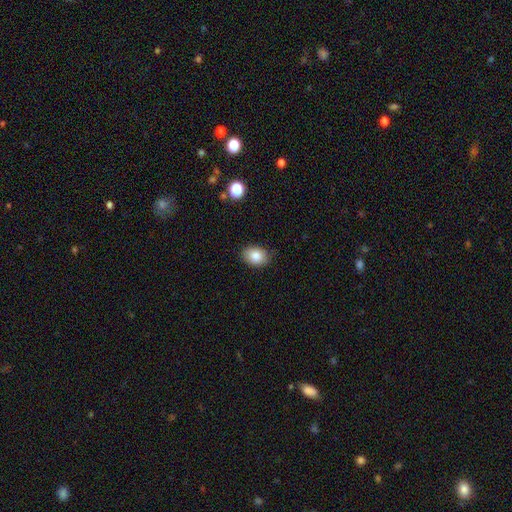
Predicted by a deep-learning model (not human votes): The model was most divided on "how rounded": in between: 70%, round: 29%, cigar-shaped: 1%. More confident: merging — none (84%); smooth or featured — smooth (84%).